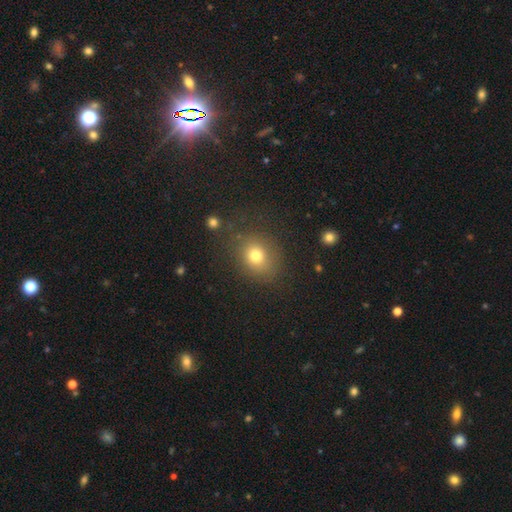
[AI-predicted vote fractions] Morphology: type=smooth (76%); roundness=round (67%); merging=none (78%).